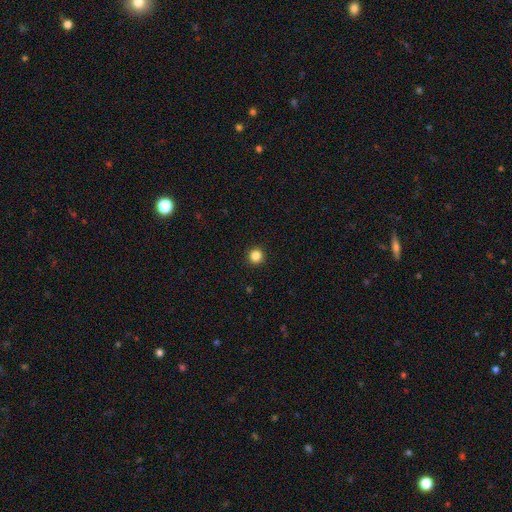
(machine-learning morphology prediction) smooth 85%, star or artifact 11%, featured or disk 3%. Down the decision tree: how rounded — round (96%); merging — none (94%).